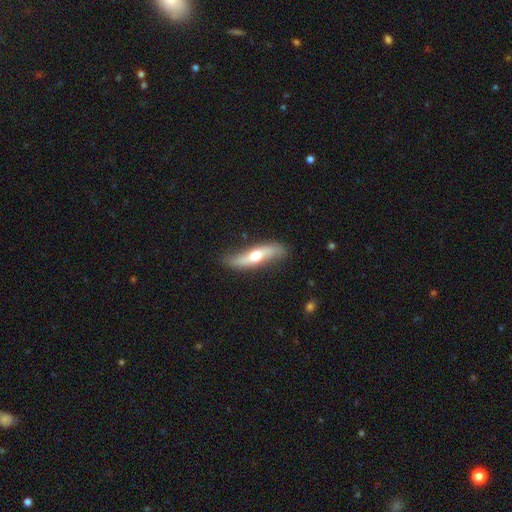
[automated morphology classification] type=featured or disk (55%); edge-on=yes (59%); merging=none (79%).